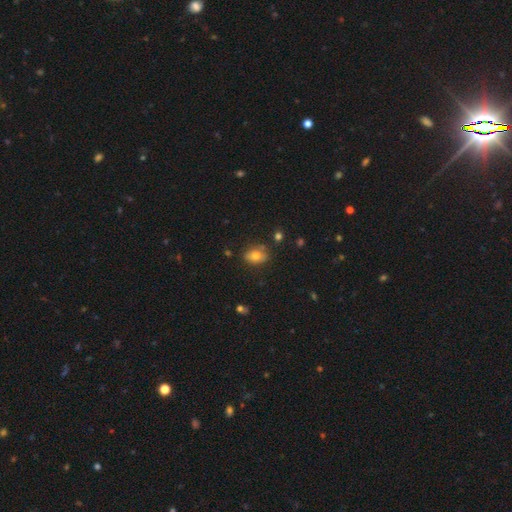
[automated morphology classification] smooth 74%, featured or disk 16%, star or artifact 10%. Down the decision tree: how rounded — in between (73%); merging — none (76%).